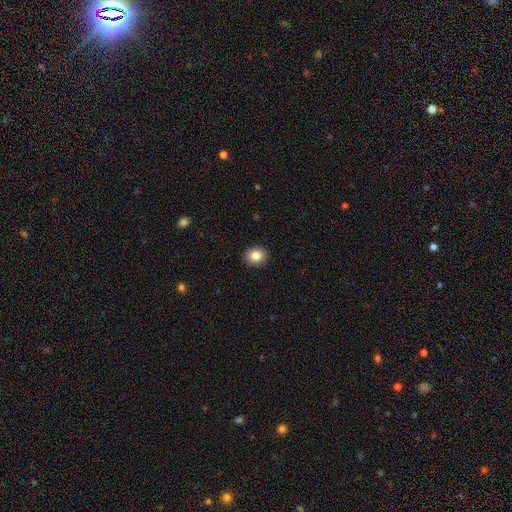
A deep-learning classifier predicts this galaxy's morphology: The model was most divided on "how rounded": round: 66%, in between: 33%, cigar-shaped: 1%. More confident: merging — none (91%); smooth or featured — smooth (85%).